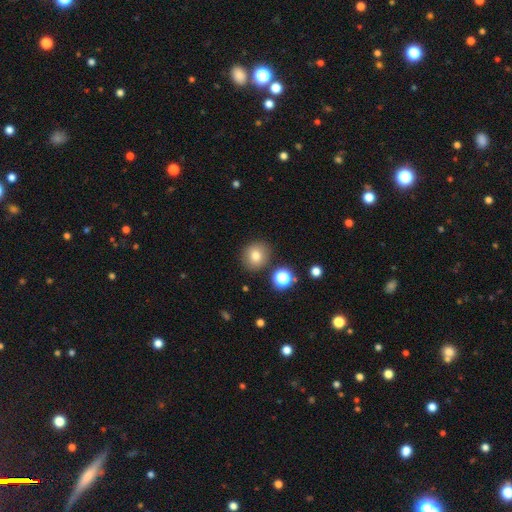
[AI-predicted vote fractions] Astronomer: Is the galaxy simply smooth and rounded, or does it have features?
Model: smooth — 78%.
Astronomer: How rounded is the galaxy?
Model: round — 80%.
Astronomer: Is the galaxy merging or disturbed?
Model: none — 84%.